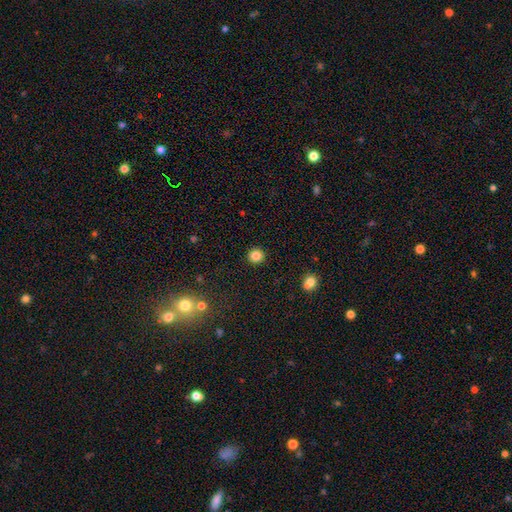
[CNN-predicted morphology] Smooth or featured? smooth (84%)
How rounded? round (93%)
Merging? none (92%)